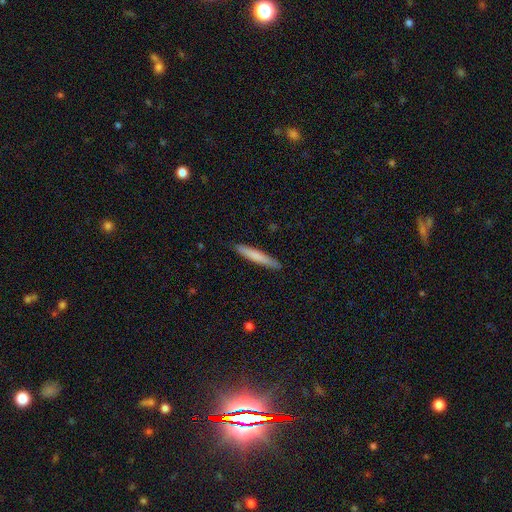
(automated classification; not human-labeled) Smooth or featured: smooth — 74% (featured or disk — 20%)
How rounded: cigar-shaped — 94% (in between — 4%)
Merging: none — 90% (minor disturbance — 8%)